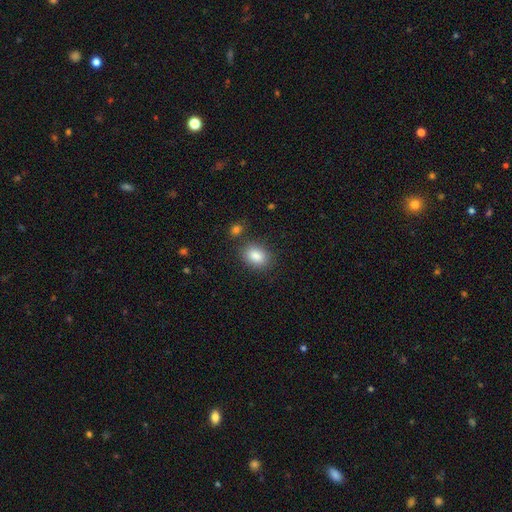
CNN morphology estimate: The model was most divided on "how rounded": in between: 75%, round: 24%, cigar-shaped: 1%. More confident: smooth or featured — smooth (86%); merging — none (80%).